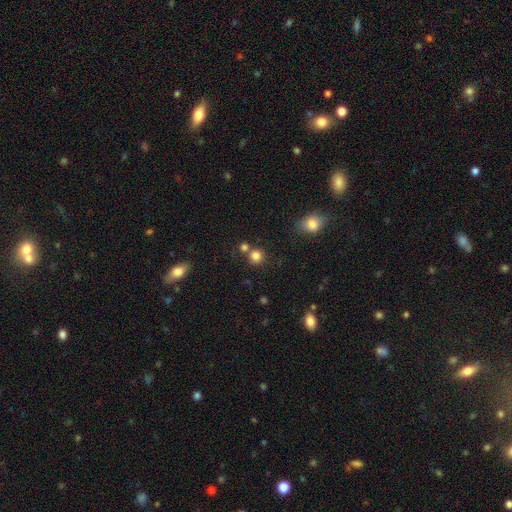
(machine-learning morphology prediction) Smooth or featured?
  - smooth: 81% *
  - star or artifact: 13%
  - featured or disk: 6%
How rounded?
  - round: 90% *
  - in between: 9%
  - cigar-shaped: 1%
Merging?
  - none: 68% *
  - merger: 20%
  - minor disturbance: 8%
  - major disturbance: 3%